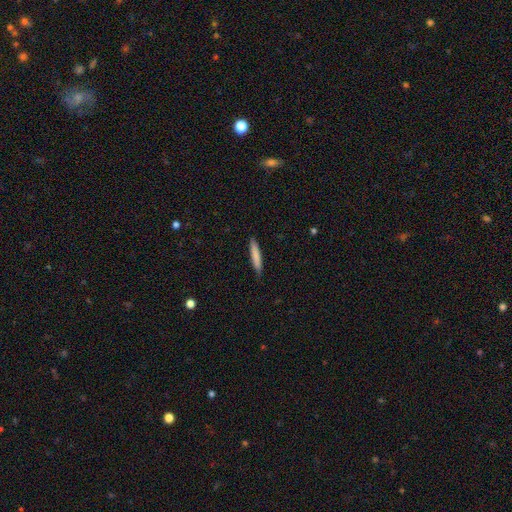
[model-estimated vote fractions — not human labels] Smooth or featured? smooth (81%)
How rounded? cigar-shaped (92%)
Merging? none (86%)